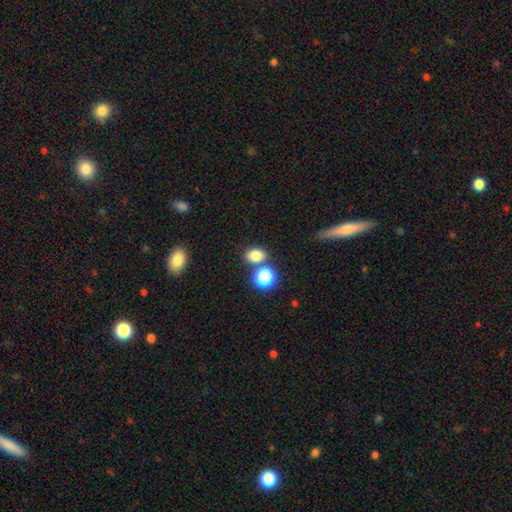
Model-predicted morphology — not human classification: The model was most divided on "how rounded": in between: 62%, round: 37%, cigar-shaped: 1%. More confident: smooth or featured — smooth (79%); merging — none (71%).